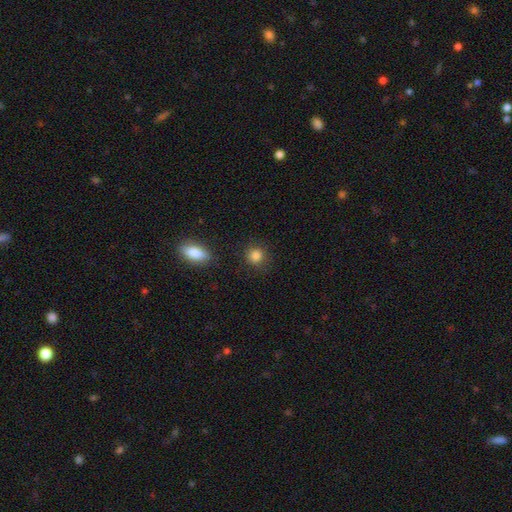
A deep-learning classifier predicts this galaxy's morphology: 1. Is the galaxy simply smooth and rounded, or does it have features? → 86% smooth, 10% star or artifact, 5% featured or disk.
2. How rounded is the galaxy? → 85% round, 14% in between, 1% cigar-shaped.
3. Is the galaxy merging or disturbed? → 85% none, 10% minor disturbance, 3% major disturbance, 2% merger.